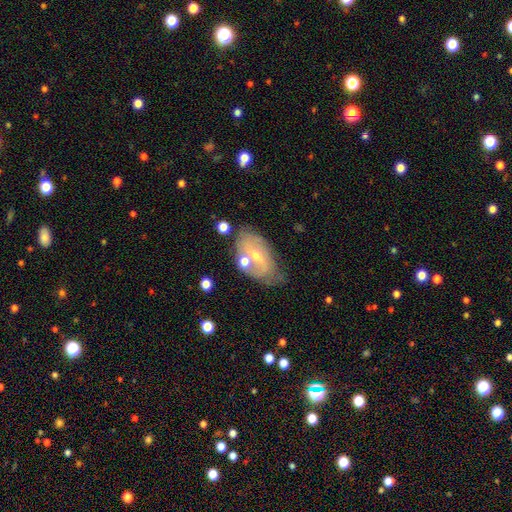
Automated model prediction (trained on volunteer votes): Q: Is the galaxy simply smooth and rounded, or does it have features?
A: featured or disk — 62%.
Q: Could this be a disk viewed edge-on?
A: no — 93%.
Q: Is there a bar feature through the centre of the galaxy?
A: no — 43%.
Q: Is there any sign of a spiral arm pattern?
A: yes — 66%.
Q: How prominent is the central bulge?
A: small — 60%.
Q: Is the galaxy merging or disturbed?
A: none — 53%.